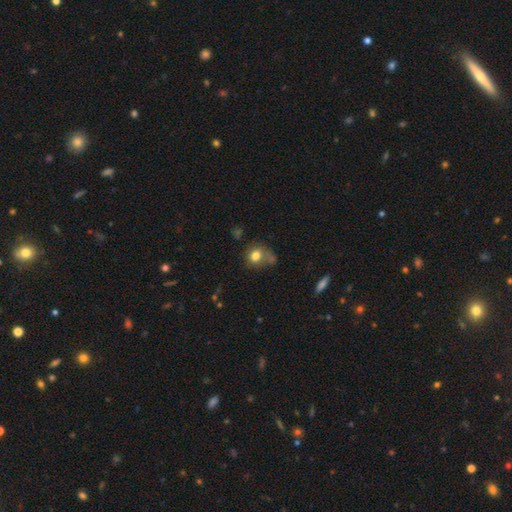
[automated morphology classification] smooth-or-featured: smooth: 77% | featured or disk: 12% | star or artifact: 11%
  how-rounded: round: 62% | in between: 36% | cigar-shaped: 1%
  merging: none: 47% | minor disturbance: 22% | merger: 18% | major disturbance: 13%